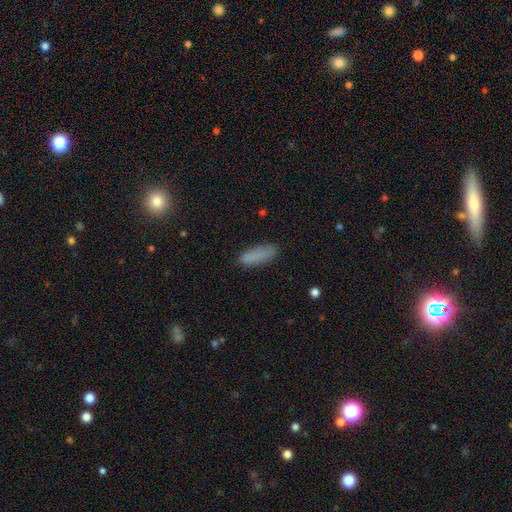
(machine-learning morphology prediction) smooth-or-featured: smooth: 85% | star or artifact: 9% | featured or disk: 6%
  how-rounded: in between: 57% | cigar-shaped: 41% | round: 2%
  merging: none: 77% | minor disturbance: 16% | major disturbance: 5% | merger: 2%